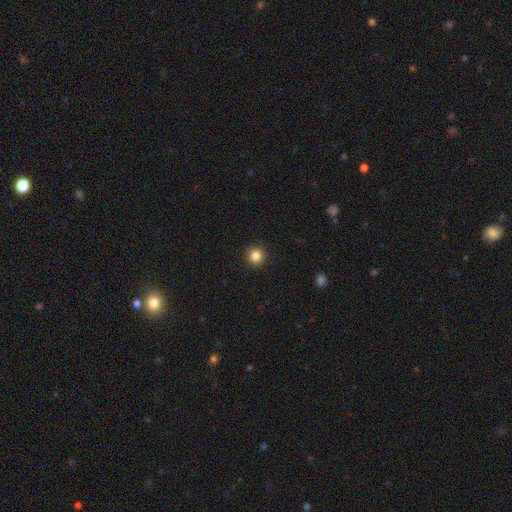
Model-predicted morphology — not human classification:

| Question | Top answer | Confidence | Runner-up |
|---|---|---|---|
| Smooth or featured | smooth | 84% | star or artifact (11%) |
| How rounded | round | 95% | in between (5%) |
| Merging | none | 93% | minor disturbance (5%) |